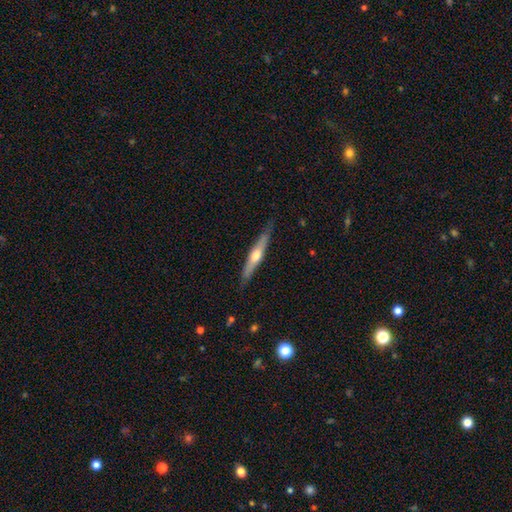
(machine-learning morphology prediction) Smooth or featured? Predicted: featured or disk (p=0.56). Edge-on disk? Predicted: yes (p=0.93). Edge-on bulge? Predicted: rounded (p=0.86). Merging? Predicted: none (p=0.84).